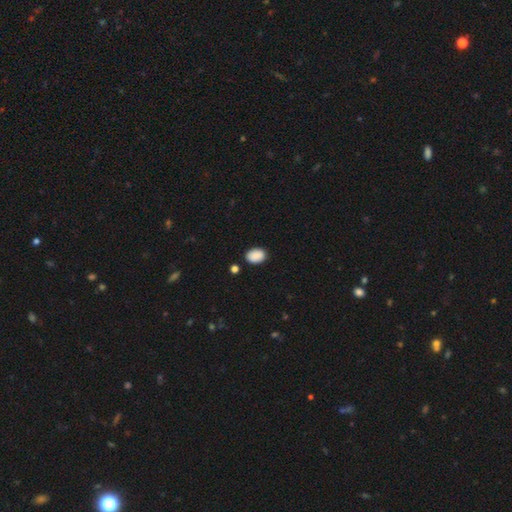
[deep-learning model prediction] A smooth galaxy with no disk features (90%) that is in between round and cigar-shaped (79%).

Vote fractions:
- Smooth or featured? smooth: 90% / star or artifact: 8% / featured or disk: 3%
- How rounded? in between: 79% / round: 20% / cigar-shaped: 1%
- Merging? none: 85% / minor disturbance: 10% / major disturbance: 2% / merger: 2%